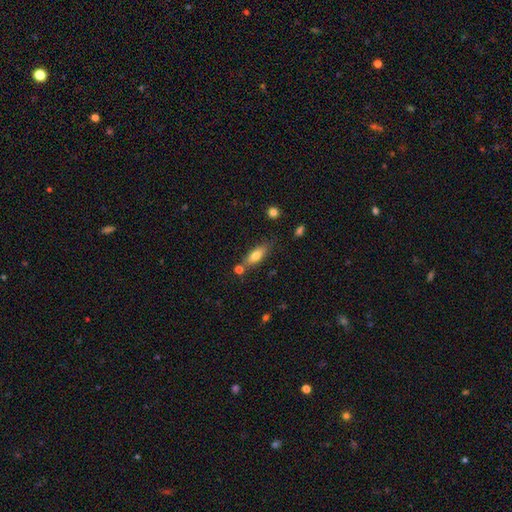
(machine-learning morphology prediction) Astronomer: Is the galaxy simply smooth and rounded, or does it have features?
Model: smooth — 73%.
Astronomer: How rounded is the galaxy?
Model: in between — 64%.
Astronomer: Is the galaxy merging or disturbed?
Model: none — 67%.